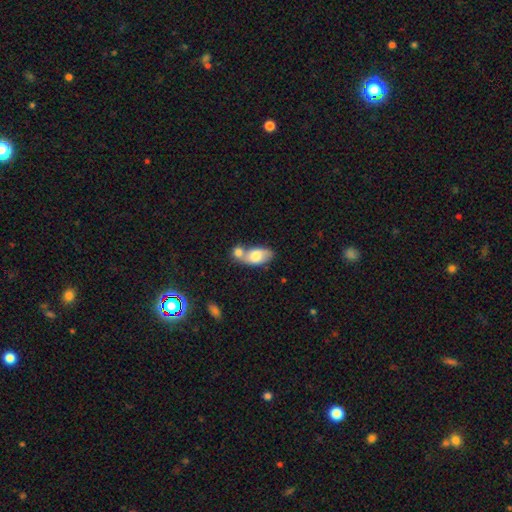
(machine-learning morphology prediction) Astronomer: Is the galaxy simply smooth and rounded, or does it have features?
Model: smooth — 65%.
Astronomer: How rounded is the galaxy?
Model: in between — 88%.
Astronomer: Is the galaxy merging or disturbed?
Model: merger — 58%.